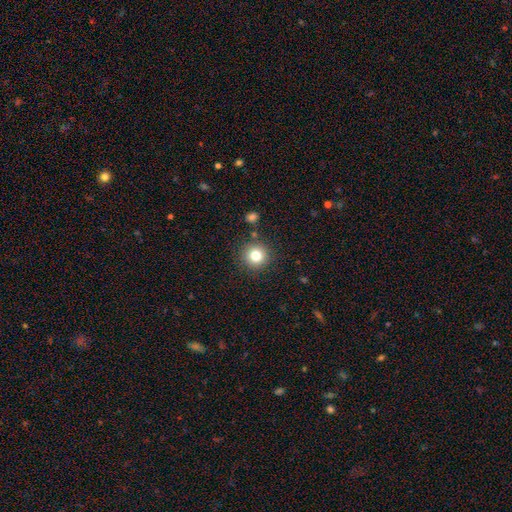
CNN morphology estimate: This appears to be a smooth galaxy with no disk features (80%) that is round (94%). Merging: none (87%).